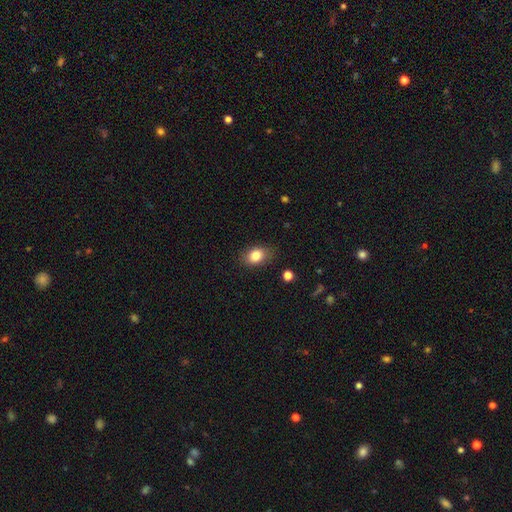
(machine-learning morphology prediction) type=smooth (82%); roundness=in between (70%); merging=none (80%).